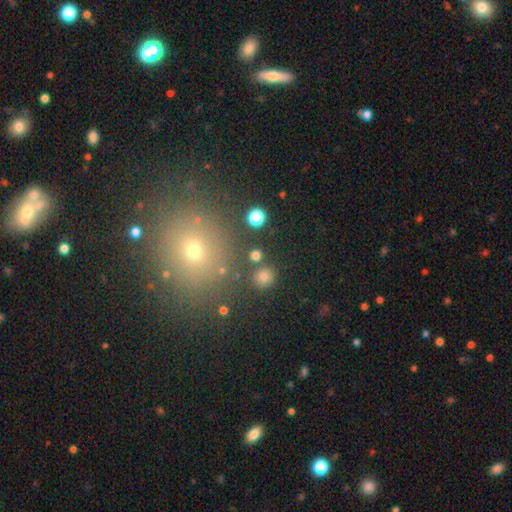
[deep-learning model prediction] Smooth or featured? Predicted: smooth (p=0.77). How rounded? Predicted: round (p=0.91). Merging? Predicted: none (p=0.86).